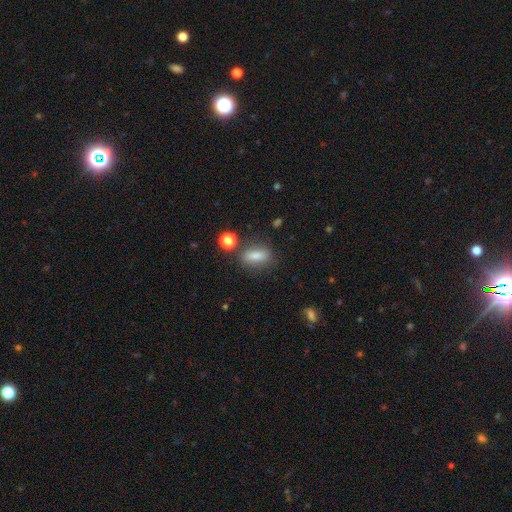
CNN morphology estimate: Q: Smooth or featured?
A: smooth (77%); runner-up: featured or disk (13%)
Q: How rounded?
A: in between (68%); runner-up: cigar-shaped (22%)
Q: Merging?
A: none (76%); runner-up: minor disturbance (13%)